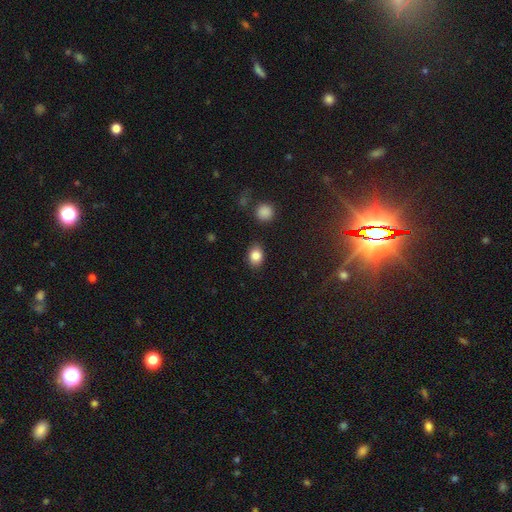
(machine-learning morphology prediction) This appears to be a smooth galaxy with no disk features (84%) that is in between round and cigar-shaped (65%). Merging: none (84%).